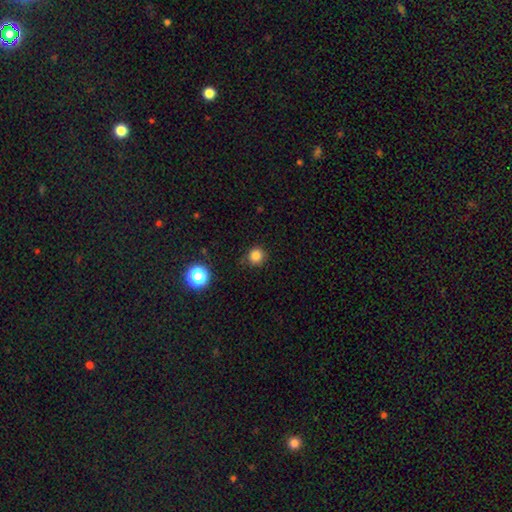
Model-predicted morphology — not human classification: smooth_or_featured: smooth (p=0.82) [alt: star or artifact p=0.14]
how_rounded: round (p=0.93) [alt: in between p=0.06]
merging: none (p=0.83) [alt: minor disturbance p=0.12]